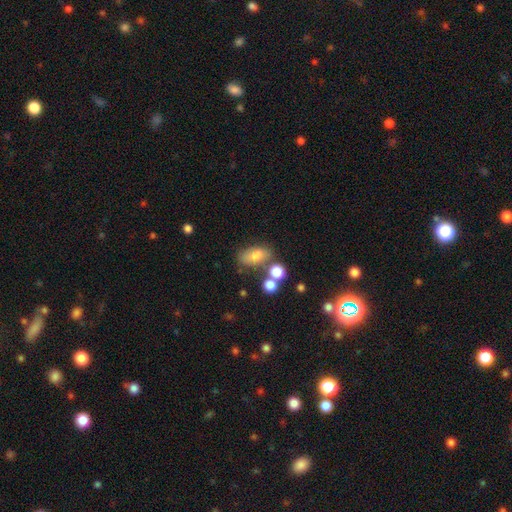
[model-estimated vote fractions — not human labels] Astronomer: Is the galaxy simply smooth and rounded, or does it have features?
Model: smooth — 72%.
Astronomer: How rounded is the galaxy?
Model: in between — 83%.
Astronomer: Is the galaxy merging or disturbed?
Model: none — 57%.